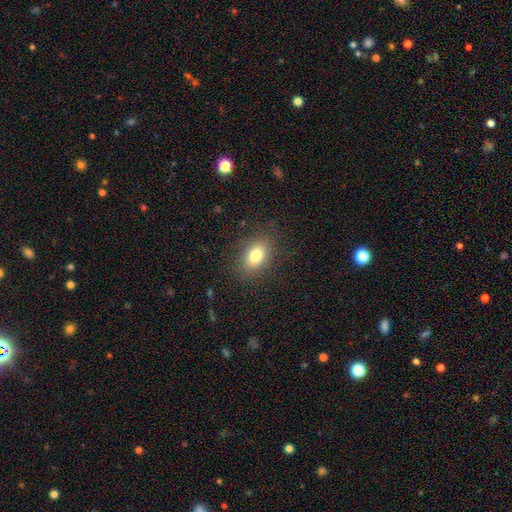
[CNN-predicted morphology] Overall: smooth (80%). How rounded: in between (80%). Merging: none (84%).